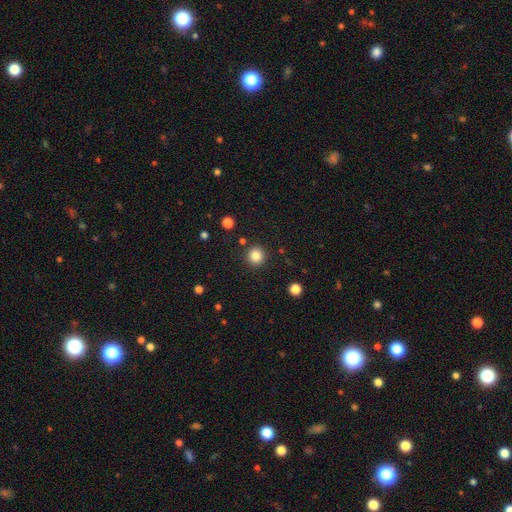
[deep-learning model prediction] Q: Smooth or featured?
A: smooth (84%); runner-up: star or artifact (12%)
Q: How rounded?
A: round (94%); runner-up: in between (5%)
Q: Merging?
A: none (90%); runner-up: minor disturbance (5%)